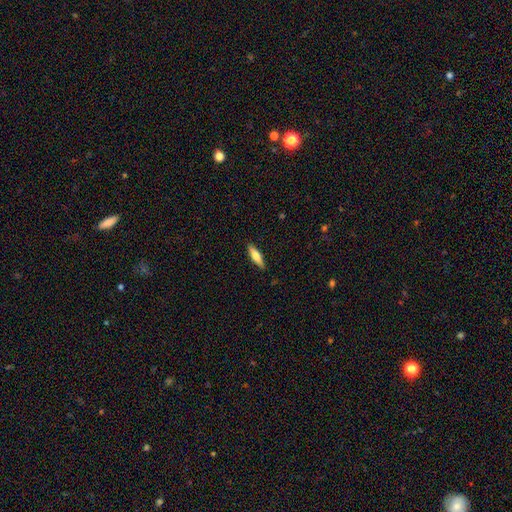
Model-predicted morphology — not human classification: A smooth galaxy with no disk features (59%) that is cigar-shaped (66%). Merging: none (89%).